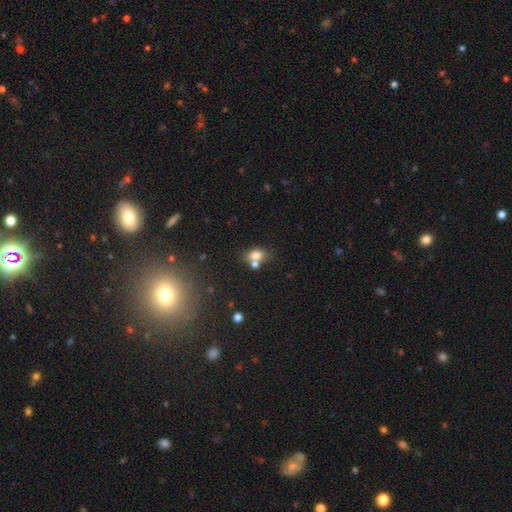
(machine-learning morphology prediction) This is likely a smooth galaxy (74%). How rounded: likely in between (74%). Merging: possibly none (48%).